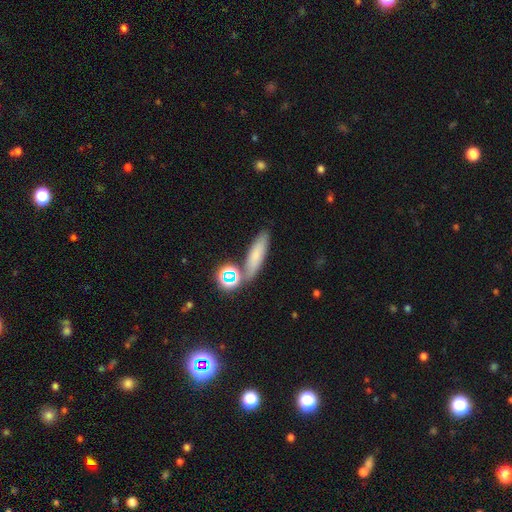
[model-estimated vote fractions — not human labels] Smooth or featured? smooth (69%)
How rounded? cigar-shaped (58%)
Merging? none (73%)